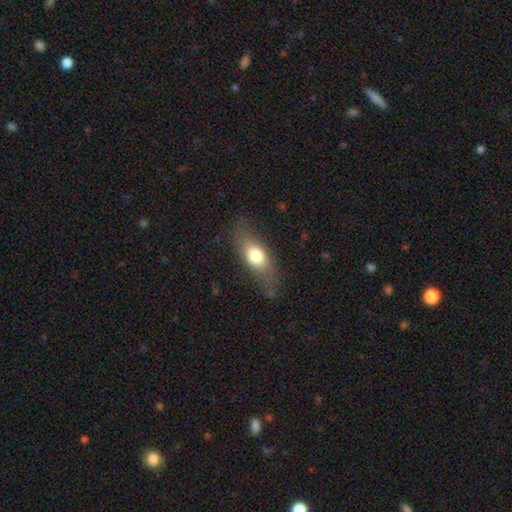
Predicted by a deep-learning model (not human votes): The model was most divided on "how rounded": in between: 69%, cigar-shaped: 23%, round: 7%. More confident: merging — none (73%); smooth or featured — smooth (70%).